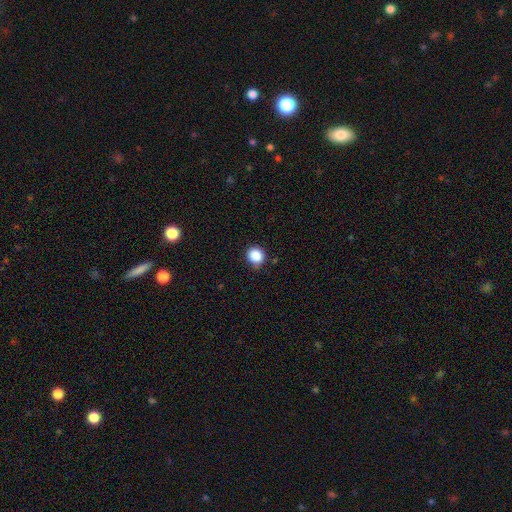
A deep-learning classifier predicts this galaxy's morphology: A smooth galaxy with no disk features (87%) that is round (86%).

Vote fractions:
- Smooth or featured? smooth: 87% / star or artifact: 10% / featured or disk: 3%
- How rounded? round: 86% / in between: 13% / cigar-shaped: 1%
- Merging? none: 82% / minor disturbance: 13% / major disturbance: 3% / merger: 2%